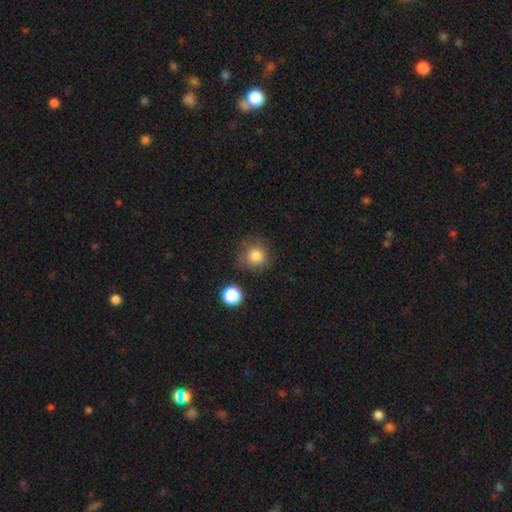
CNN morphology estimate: This appears to be a smooth galaxy with no disk features (83%) that is round (89%). Merging: none (70%).